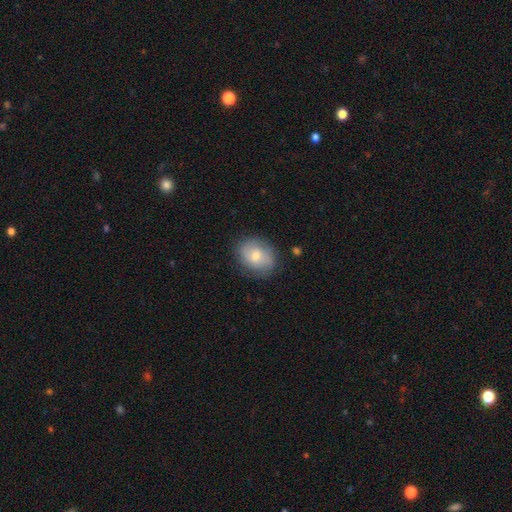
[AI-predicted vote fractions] Q: Smooth or featured?
A: smooth (65%); runner-up: featured or disk (28%)
Q: How rounded?
A: round (50%); runner-up: in between (49%)
Q: Merging?
A: none (78%); runner-up: minor disturbance (16%)